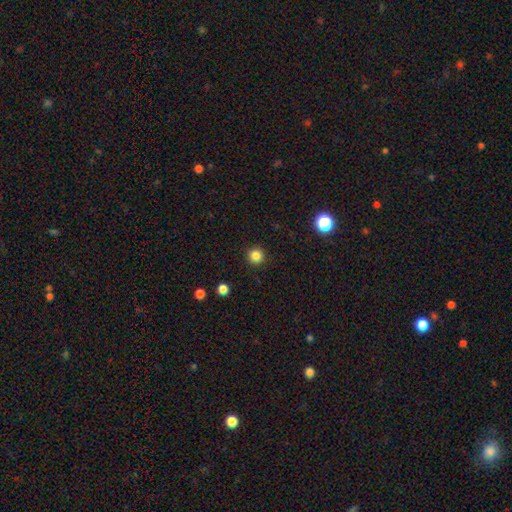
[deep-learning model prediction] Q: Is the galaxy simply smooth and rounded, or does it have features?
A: smooth — 83%.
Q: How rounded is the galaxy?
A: round — 95%.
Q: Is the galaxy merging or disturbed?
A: none — 93%.